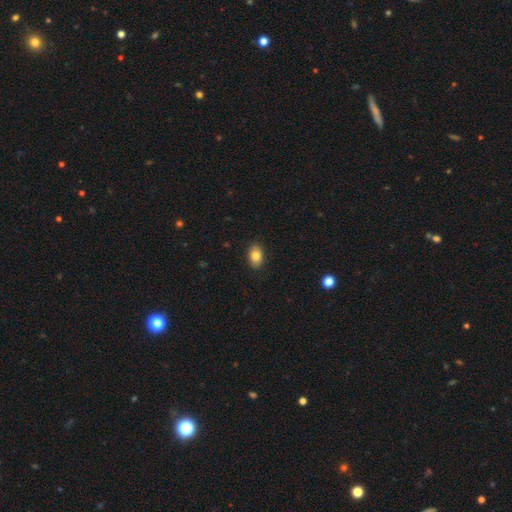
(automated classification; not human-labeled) Morphology: type=smooth (82%); roundness=in between (87%); merging=none (89%).